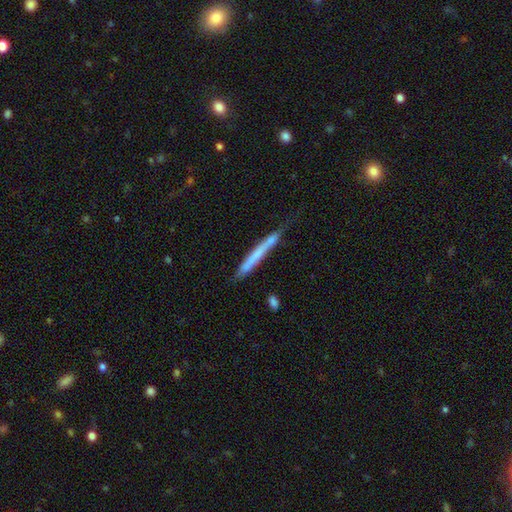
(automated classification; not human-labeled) Overall: smooth (56%; featured or disk 37%). How rounded: cigar-shaped (96%). Merging: none (59%; minor disturbance 25%).